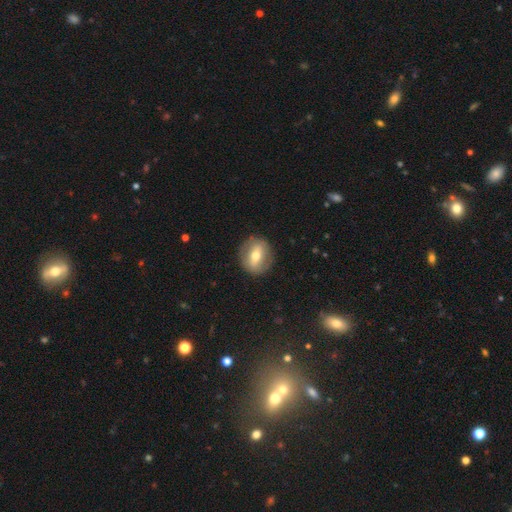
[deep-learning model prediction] This appears to be a featured or disk galaxy (47%). Merging: none (85%).